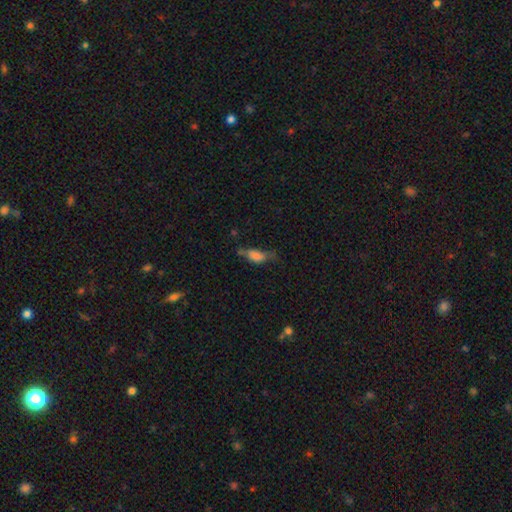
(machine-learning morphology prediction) The model was most divided on "merging": none: 35%, minor disturbance: 33%, major disturbance: 24%, merger: 8%. More confident: how rounded — in between (79%); smooth or featured — smooth (68%).